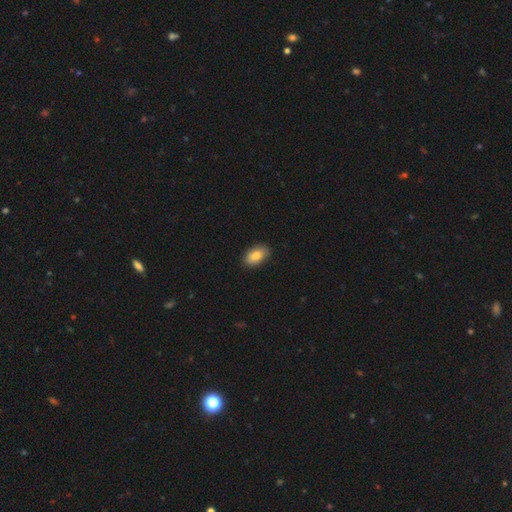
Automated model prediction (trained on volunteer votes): Smooth or featured? smooth (83%)
How rounded? in between (92%)
Merging? none (87%)